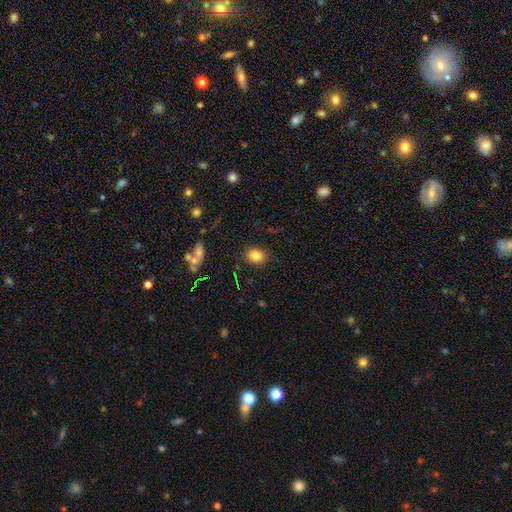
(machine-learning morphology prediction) The model was most divided on "how rounded": round: 50%, in between: 49%, cigar-shaped: 1%. More confident: merging — none (85%); smooth or featured — smooth (82%).